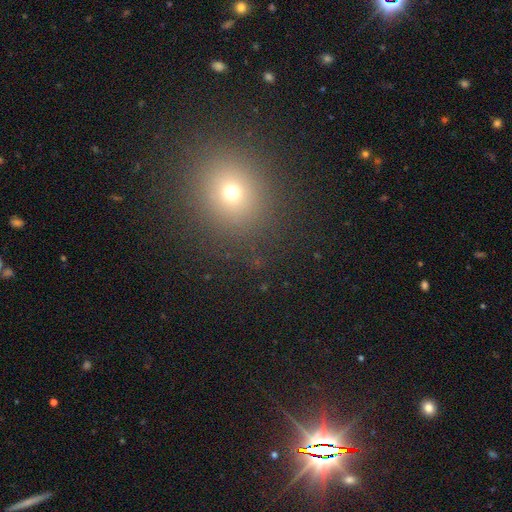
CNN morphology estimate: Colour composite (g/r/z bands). It shows a smooth galaxy with no disk features (55%) that is round (81%). Merging: none (91%).